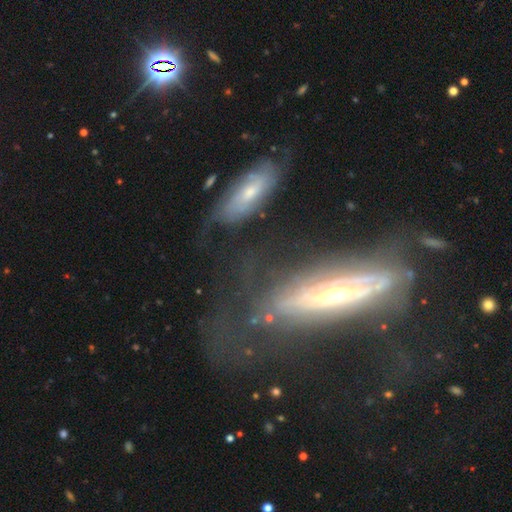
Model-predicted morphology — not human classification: Smooth or featured: featured or disk — 64% (smooth — 26%)
Edge-on disk: no — 57% (yes — 43%)
Merging: none — 44% (major disturbance — 25%)